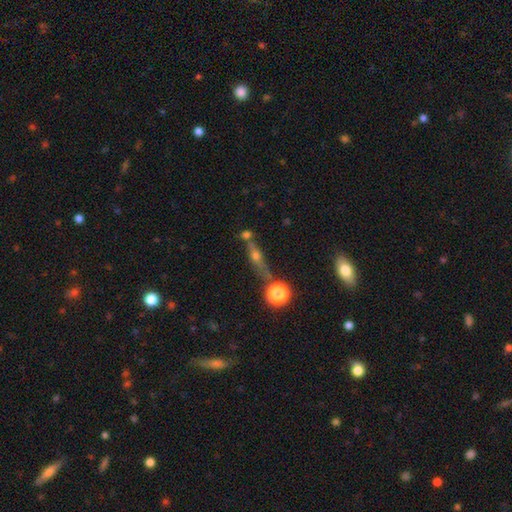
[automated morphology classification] Smooth or featured?
  - featured or disk: 46% *
  - smooth: 36%
  - star or artifact: 18%
Merging?
  - none: 58% *
  - merger: 19%
  - minor disturbance: 15%
  - major disturbance: 8%